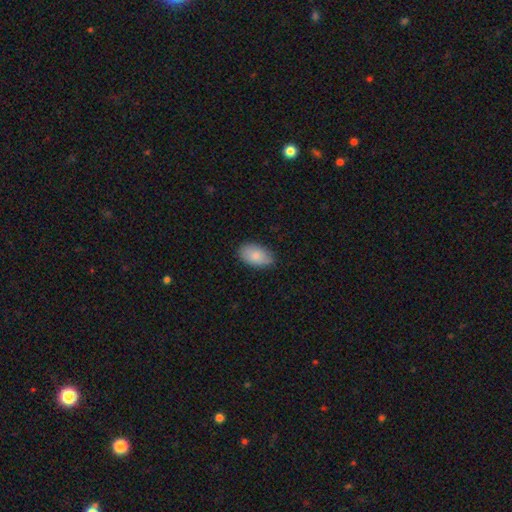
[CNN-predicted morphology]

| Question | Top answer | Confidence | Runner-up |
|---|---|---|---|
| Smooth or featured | smooth | 85% | featured or disk (9%) |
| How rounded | in between | 93% | round (5%) |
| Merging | none | 82% | minor disturbance (14%) |